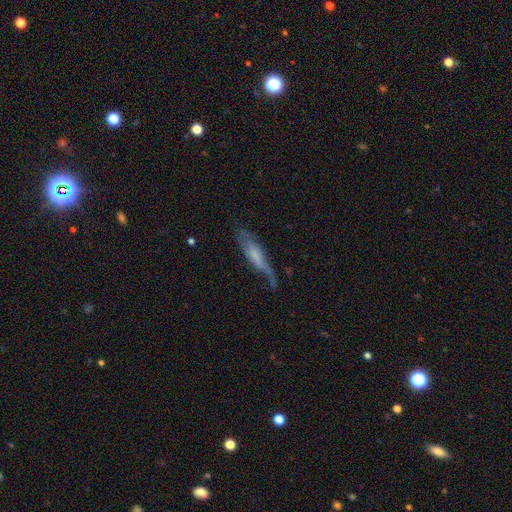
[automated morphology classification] A featured or disk galaxy (50%) viewed edge-on (56%). Merging: none (44%).